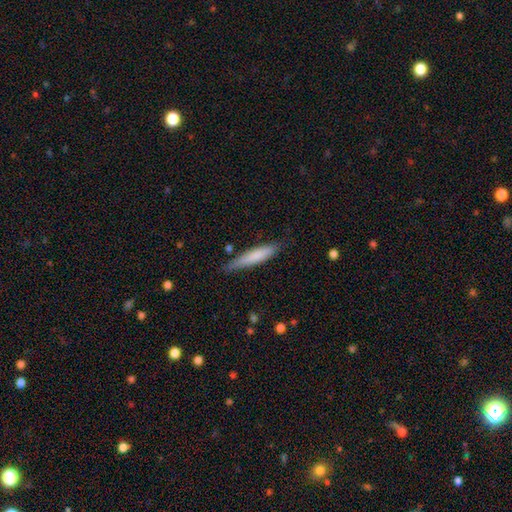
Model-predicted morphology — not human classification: A smooth galaxy with no disk features (74%) that is cigar-shaped (86%).

Vote fractions:
- Smooth or featured? smooth: 74% / featured or disk: 20% / star or artifact: 6%
- How rounded? cigar-shaped: 86% / in between: 13% / round: 1%
- Merging? none: 74% / minor disturbance: 20% / major disturbance: 4% / merger: 2%